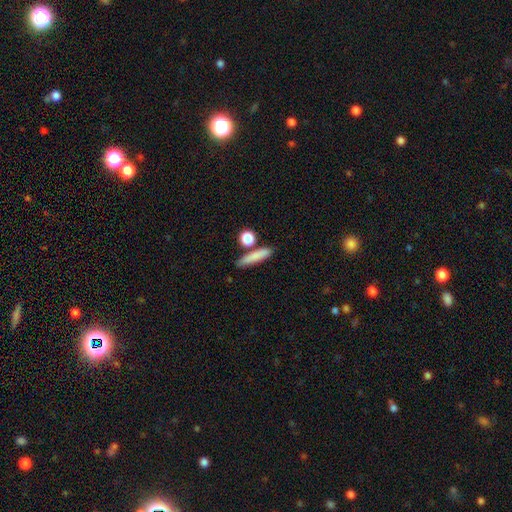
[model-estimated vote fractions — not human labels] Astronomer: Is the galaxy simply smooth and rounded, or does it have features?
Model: smooth — 81%.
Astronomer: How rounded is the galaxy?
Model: cigar-shaped — 68%.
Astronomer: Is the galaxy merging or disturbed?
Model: none — 75%.